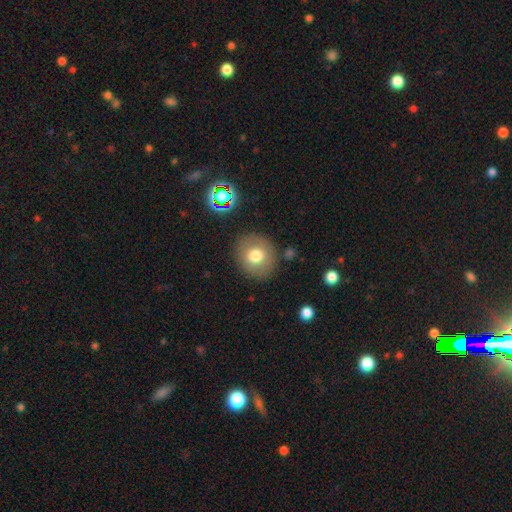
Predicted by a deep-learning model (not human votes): smooth-or-featured: smooth: 74% | featured or disk: 15% | star or artifact: 11%
  how-rounded: round: 84% | in between: 15% | cigar-shaped: 1%
  merging: none: 86% | minor disturbance: 8% | major disturbance: 3% | merger: 2%